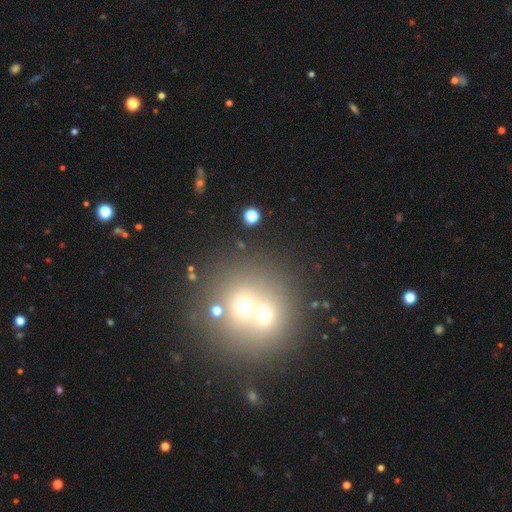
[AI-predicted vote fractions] Q: Smooth or featured?
A: smooth (44%); runner-up: star or artifact (32%)
Q: Merging?
A: merger (52%); runner-up: none (38%)